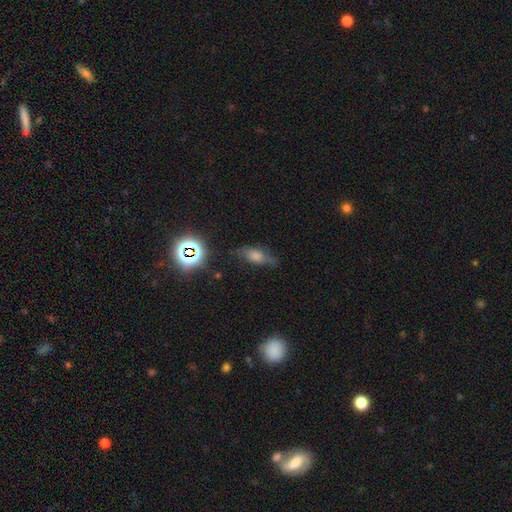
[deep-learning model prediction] Morphology: type=smooth (47%); merging=none (66%).